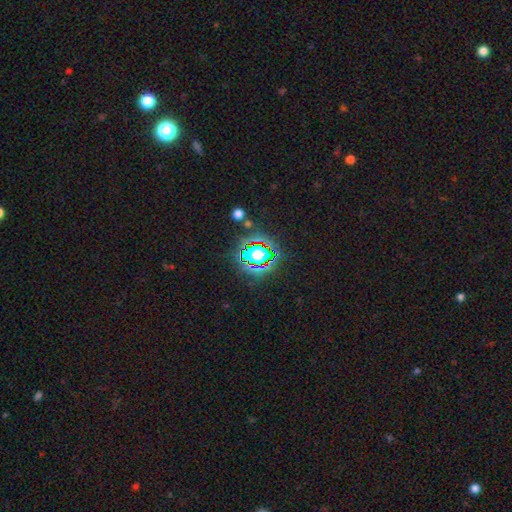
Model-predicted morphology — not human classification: smooth-or-featured: star or artifact: 63% | smooth: 24% | featured or disk: 13%